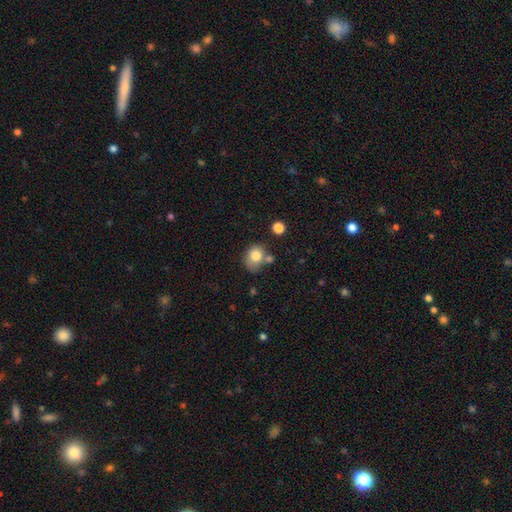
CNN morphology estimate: smooth-or-featured: smooth: 79% | featured or disk: 11% | star or artifact: 10%
  how-rounded: round: 58% | in between: 41% | cigar-shaped: 1%
  merging: none: 48% | minor disturbance: 23% | merger: 19% | major disturbance: 9%